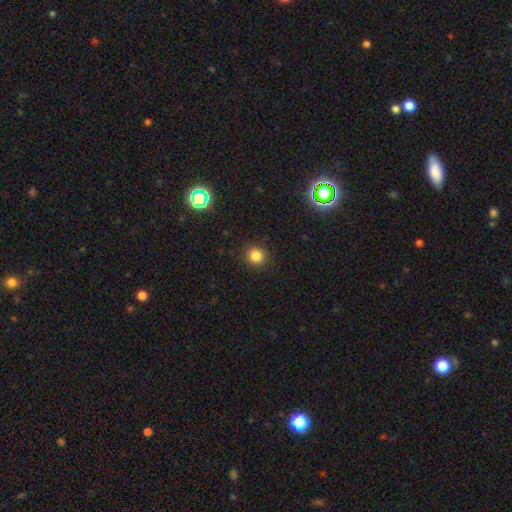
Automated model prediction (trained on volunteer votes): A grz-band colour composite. It shows a smooth galaxy with no disk features (83%) that is round (90%). Merging: none (89%).